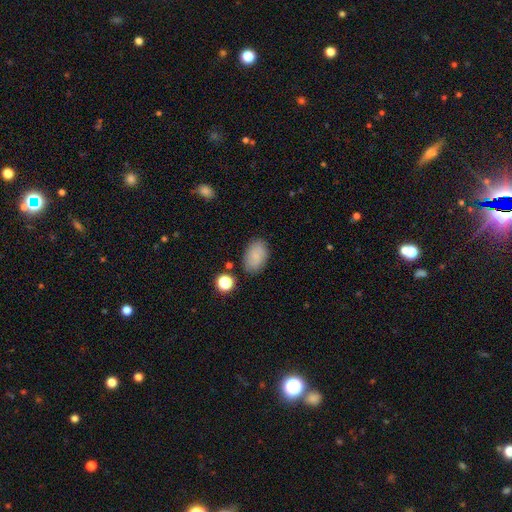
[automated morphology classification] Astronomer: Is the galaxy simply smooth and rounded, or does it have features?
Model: smooth — 81%.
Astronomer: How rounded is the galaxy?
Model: in between — 89%.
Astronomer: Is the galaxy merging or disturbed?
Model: none — 81%.